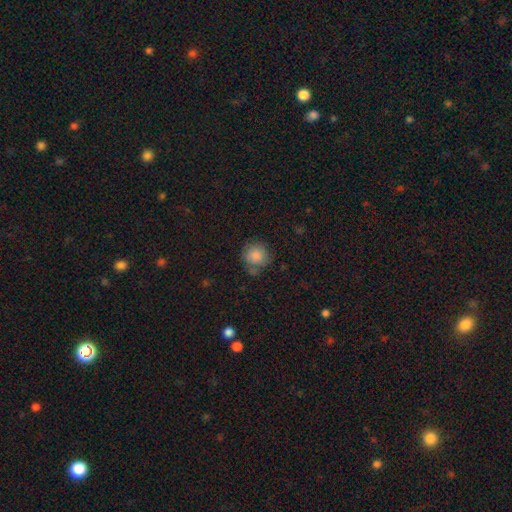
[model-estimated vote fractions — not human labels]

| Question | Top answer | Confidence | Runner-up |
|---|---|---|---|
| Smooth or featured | smooth | 83% | star or artifact (9%) |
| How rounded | round | 90% | in between (9%) |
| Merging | none | 67% | minor disturbance (20%) |